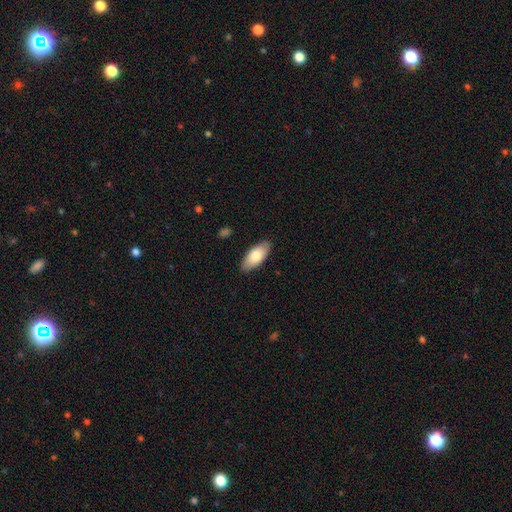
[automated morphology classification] Overall: smooth (81%). How rounded: in between (88%). Merging: none (88%).